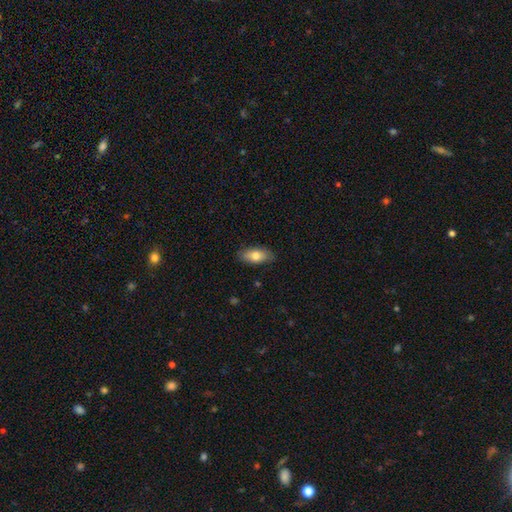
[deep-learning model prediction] A smooth galaxy with no disk features (76%) that is in between round and cigar-shaped (87%). Merging: none (86%).